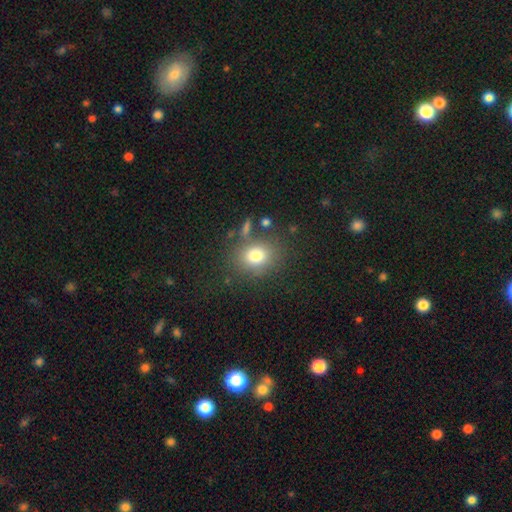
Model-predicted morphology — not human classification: This appears to be a smooth galaxy with no disk features (77%) that is round (60%). Merging: none (76%).